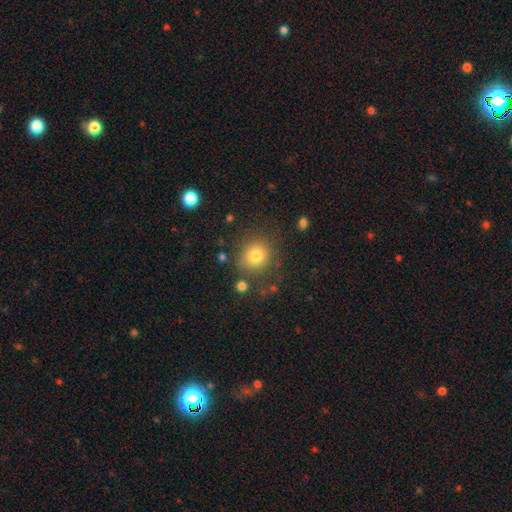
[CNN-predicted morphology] A smooth galaxy with no disk features (79%) that is round (87%). Merging: none (78%).